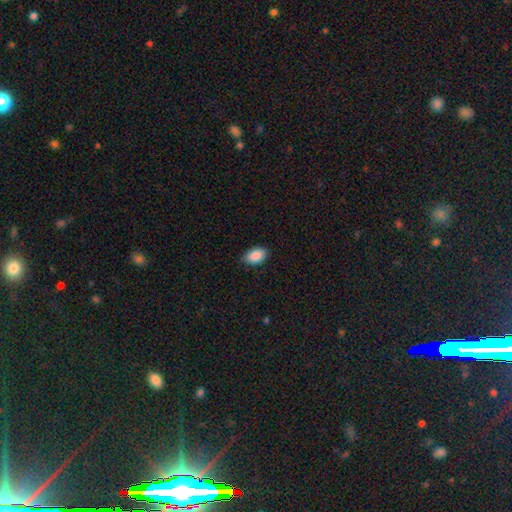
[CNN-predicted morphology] The model was most divided on "merging": none: 84%, minor disturbance: 13%, major disturbance: 2%, merger: 1%. More confident: how rounded — in between (92%); smooth or featured — smooth (90%).